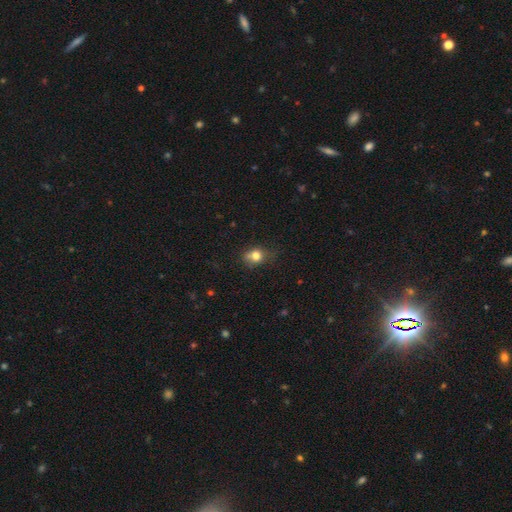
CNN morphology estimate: Overall: smooth (78%). How rounded: round (54%; in between 45%). Merging: none (59%; minor disturbance 29%).